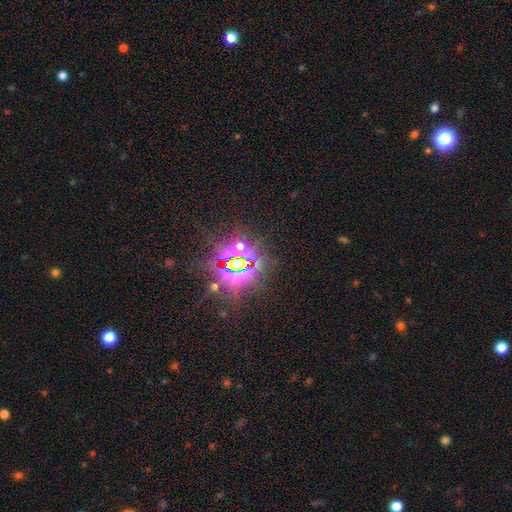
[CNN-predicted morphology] Smooth or featured? Predicted: star or artifact (p=0.86).